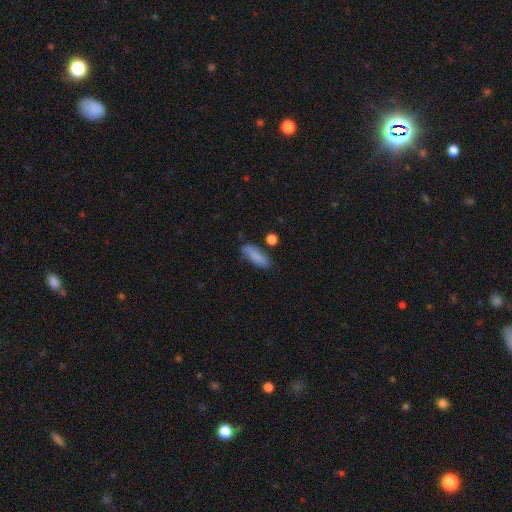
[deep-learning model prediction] A smooth galaxy with no disk features (83%) that is in between round and cigar-shaped (55%).

Vote fractions:
- Smooth or featured? smooth: 83% / featured or disk: 9% / star or artifact: 8%
- How rounded? in between: 55% / cigar-shaped: 43% / round: 3%
- Merging? none: 70% / minor disturbance: 19% / major disturbance: 5% / merger: 5%